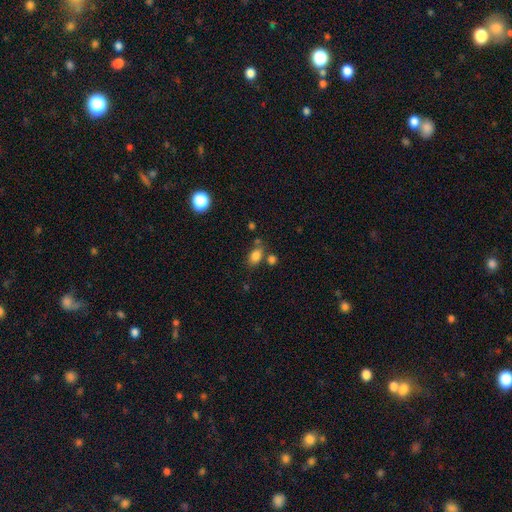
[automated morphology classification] smooth-or-featured: smooth: 82% | star or artifact: 11% | featured or disk: 7%
  how-rounded: in between: 82% | round: 16% | cigar-shaped: 2%
  merging: none: 65% | merger: 16% | minor disturbance: 15% | major disturbance: 5%